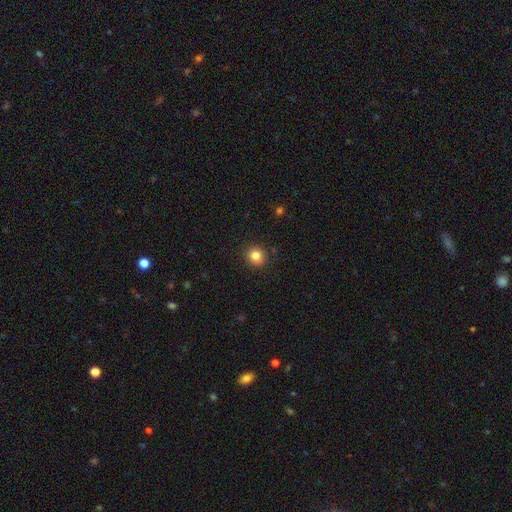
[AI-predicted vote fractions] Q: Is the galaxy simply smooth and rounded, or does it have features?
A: smooth — 83%.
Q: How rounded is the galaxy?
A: round — 88%.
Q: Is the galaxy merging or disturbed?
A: none — 90%.